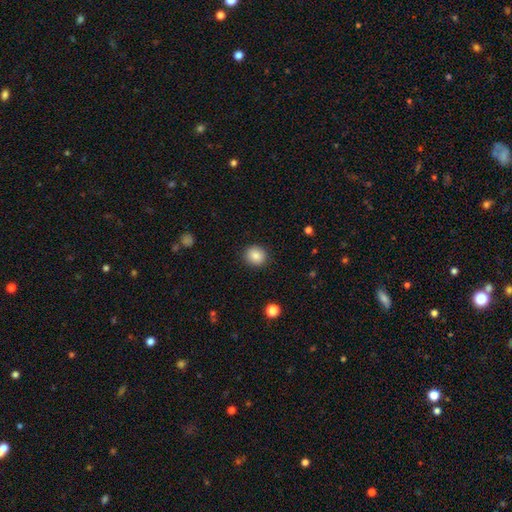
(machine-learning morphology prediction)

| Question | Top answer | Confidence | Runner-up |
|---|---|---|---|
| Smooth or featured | smooth | 86% | star or artifact (9%) |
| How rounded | round | 83% | in between (17%) |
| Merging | none | 90% | minor disturbance (7%) |